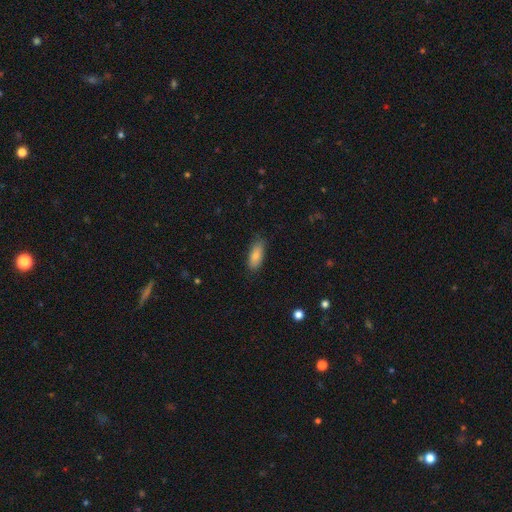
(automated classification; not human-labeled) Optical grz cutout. It shows a smooth galaxy with no disk features (85%) that is in between round and cigar-shaped (75%). Merging: none (79%).